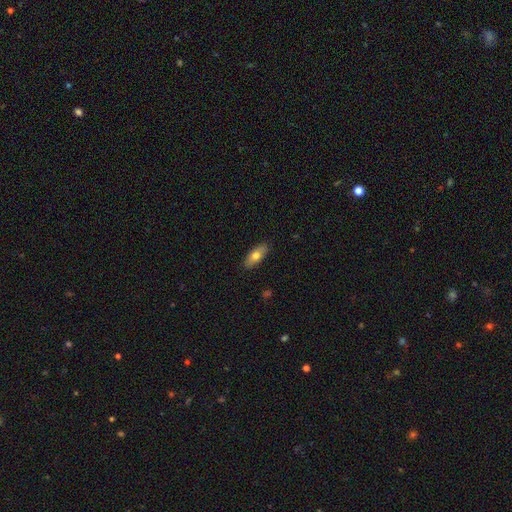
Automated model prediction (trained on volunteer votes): Smooth or featured?
  - smooth: 69% *
  - featured or disk: 25%
  - star or artifact: 6%
How rounded?
  - in between: 78% *
  - cigar-shaped: 19%
  - round: 3%
Merging?
  - none: 88% *
  - minor disturbance: 9%
  - major disturbance: 2%
  - merger: 1%